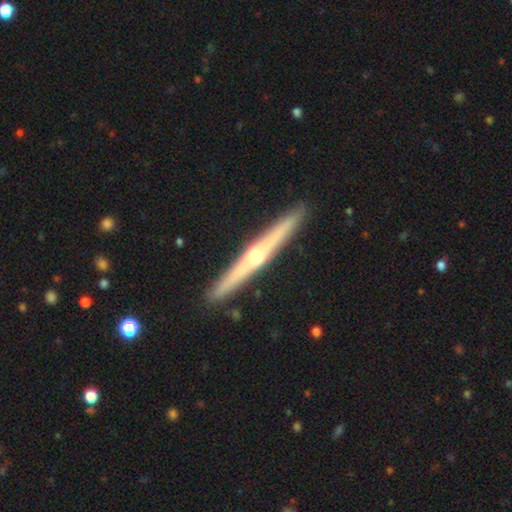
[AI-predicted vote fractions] Smooth or featured?
  - featured or disk: 75% *
  - smooth: 19%
  - star or artifact: 5%
Edge-on disk?
  - yes: 98% *
  - no: 2%
Edge-on bulge?
  - rounded: 85% *
  - none: 10%
  - boxy: 5%
Merging?
  - none: 92% *
  - minor disturbance: 5%
  - merger: 1%
  - major disturbance: 1%